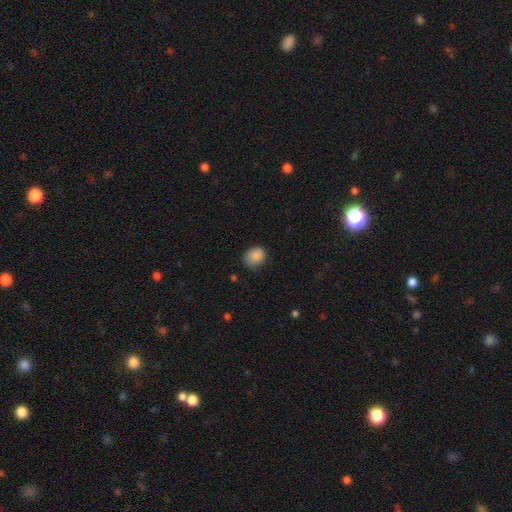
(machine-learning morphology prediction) A smooth galaxy with no disk features (87%) that is round (50%).

Vote fractions:
- Smooth or featured? smooth: 87% / star or artifact: 9% / featured or disk: 4%
- How rounded? round: 50% / in between: 49% / cigar-shaped: 1%
- Merging? none: 68% / minor disturbance: 25% / major disturbance: 5% / merger: 1%